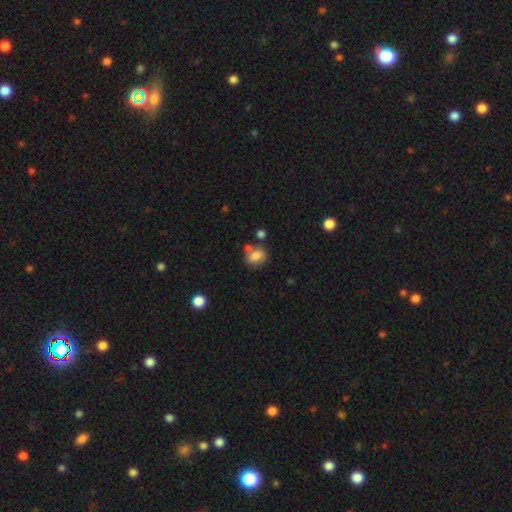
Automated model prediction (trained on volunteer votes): Overall: smooth (79%). How rounded: round (50%; in between 48%). Merging: none (59%; merger 19%).